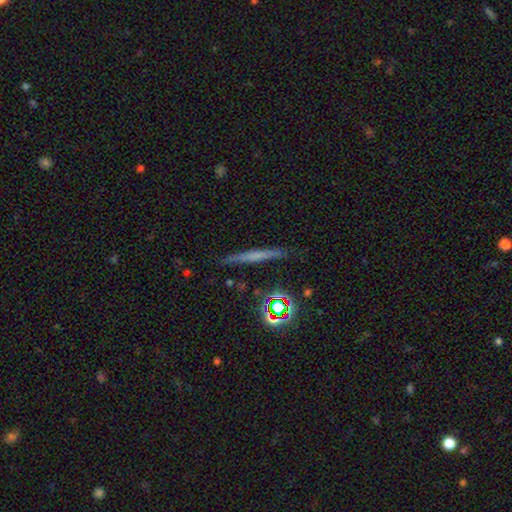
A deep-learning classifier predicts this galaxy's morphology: Smooth or featured? Predicted: smooth (p=0.44). Merging? Predicted: none (p=0.88).